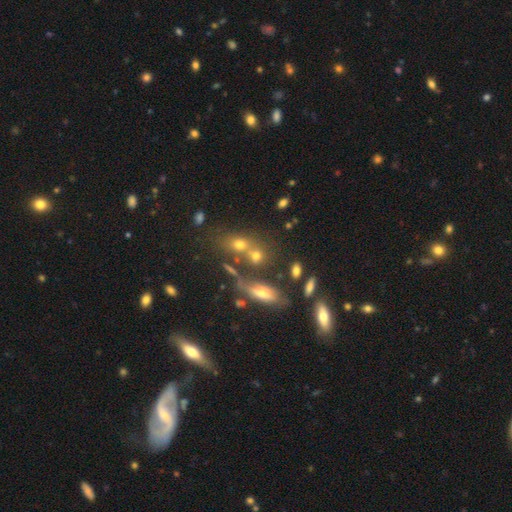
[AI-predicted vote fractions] A smooth galaxy with no disk features (64%) that is round (51%). Merging: merger (41%, tied with none).